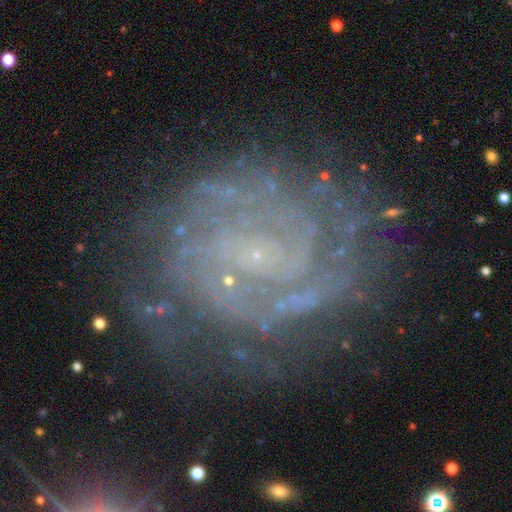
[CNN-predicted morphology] type=featured or disk (83%); edge-on=no (98%); bar=no (53%); spiral arms=yes (94%); winding=tight (67%); arm count=can't tell (34%); bulge=small (75%); merging=none (73%).